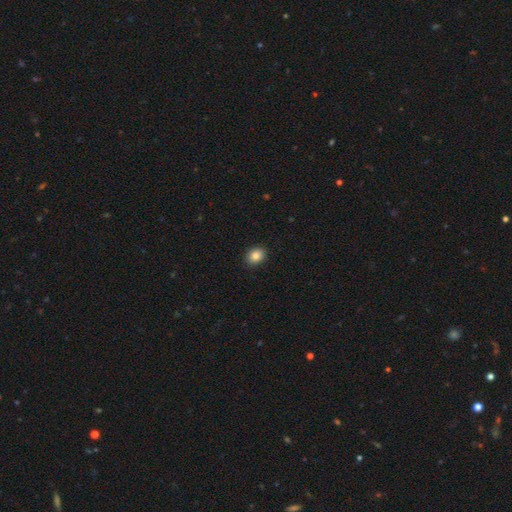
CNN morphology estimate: smooth_or_featured: smooth (p=0.85) [alt: star or artifact p=0.10]
how_rounded: in between (p=0.52) [alt: round p=0.48]
merging: none (p=0.90) [alt: minor disturbance p=0.07]